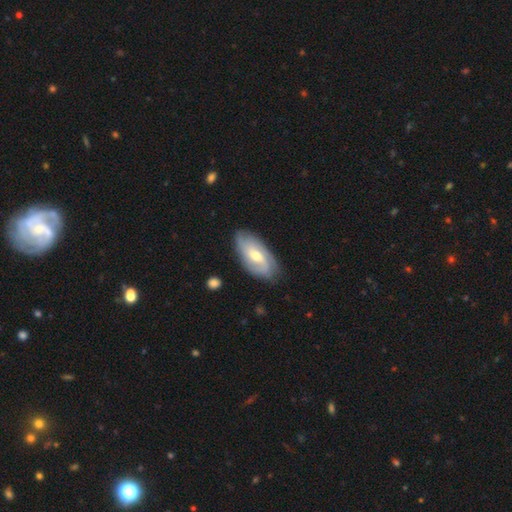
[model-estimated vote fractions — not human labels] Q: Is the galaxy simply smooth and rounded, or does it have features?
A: featured or disk — 63%.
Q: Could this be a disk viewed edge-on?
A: no — 91%.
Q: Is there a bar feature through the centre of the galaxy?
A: weak — 45%.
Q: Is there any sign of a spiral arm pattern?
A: yes — 86%.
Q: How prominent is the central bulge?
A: moderate — 58%.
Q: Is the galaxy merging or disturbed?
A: none — 79%.